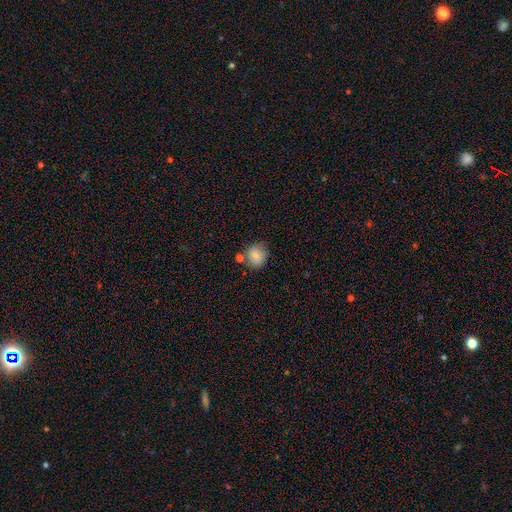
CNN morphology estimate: Smooth or featured? Predicted: smooth (p=0.80). How rounded? Predicted: round (p=0.84). Merging? Predicted: none (p=0.67).